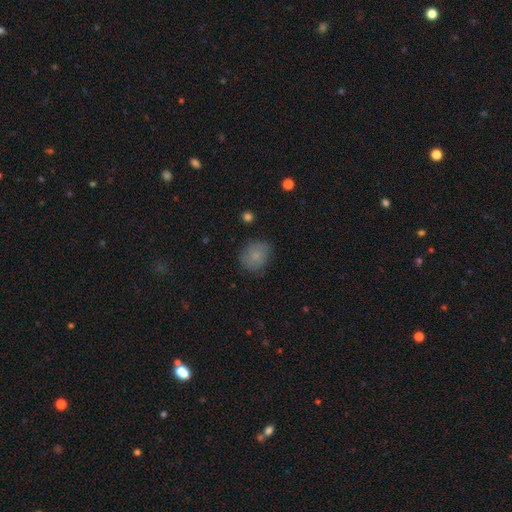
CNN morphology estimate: Smooth or featured? smooth (79%)
How rounded? round (68%)
Merging? none (76%)